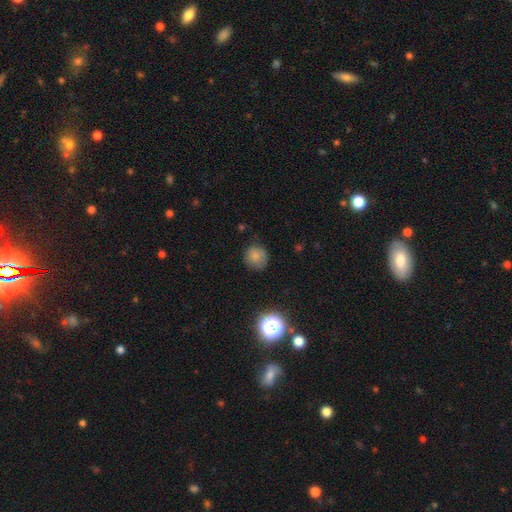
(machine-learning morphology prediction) Smooth or featured: smooth — 77% (star or artifact — 14%)
How rounded: round — 89% (in between — 10%)
Merging: none — 76% (minor disturbance — 18%)